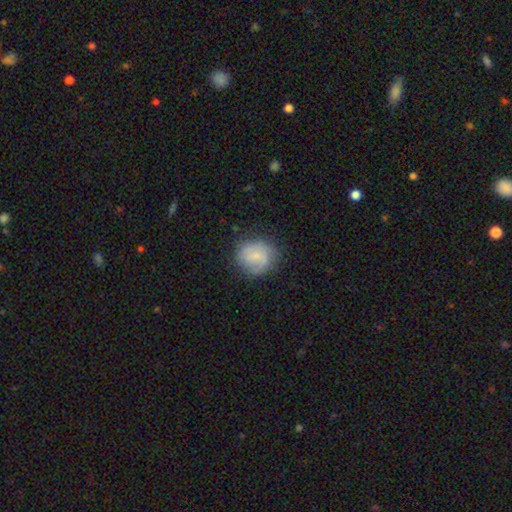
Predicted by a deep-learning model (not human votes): This appears to be a smooth galaxy with no disk features (62%) that is round (84%). Merging: none (70%).